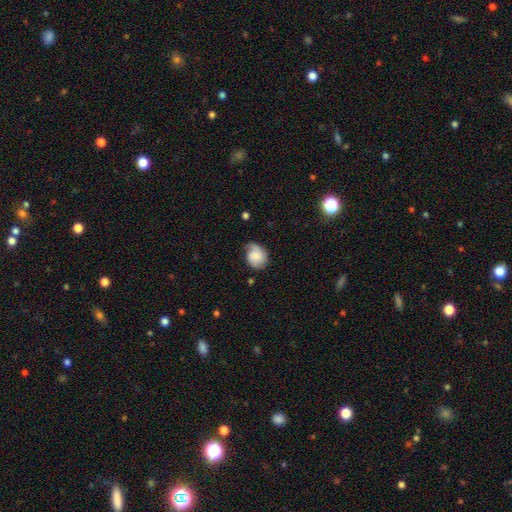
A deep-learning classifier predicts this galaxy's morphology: A smooth galaxy with no disk features (64%) that is round (54%). Merging: none (48%).